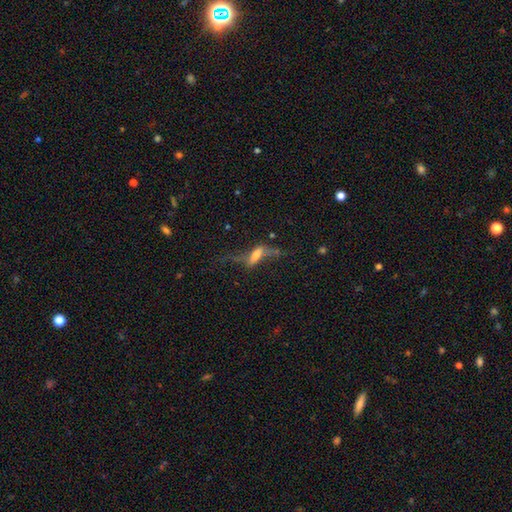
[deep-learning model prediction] smooth-or-featured: featured or disk: 61% | smooth: 29% | star or artifact: 10%
  disk-edge-on: yes: 55% | no: 45%
  merging: none: 40% | major disturbance: 34% | minor disturbance: 21% | merger: 5%